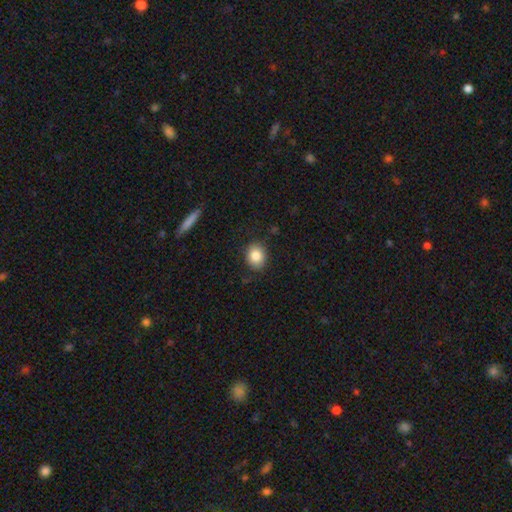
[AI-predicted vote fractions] smooth-or-featured: smooth: 84% | star or artifact: 9% | featured or disk: 7%
  how-rounded: round: 59% | in between: 40% | cigar-shaped: 1%
  merging: none: 86% | minor disturbance: 10% | major disturbance: 2% | merger: 1%